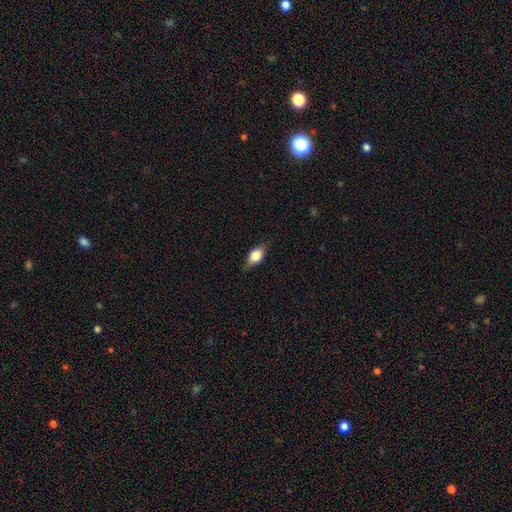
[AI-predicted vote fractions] Smooth or featured? Predicted: smooth (p=0.65). How rounded? Predicted: in between (p=0.77). Merging? Predicted: none (p=0.78).